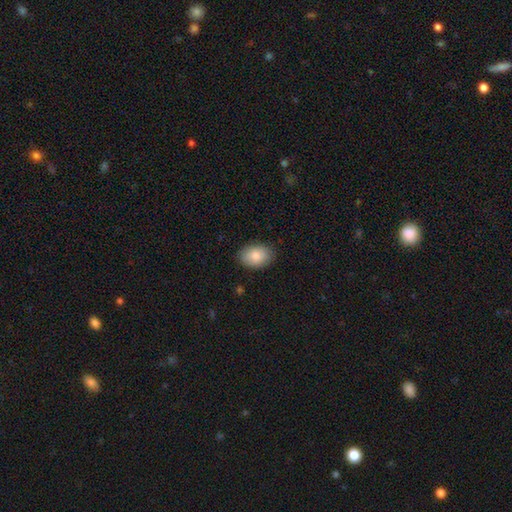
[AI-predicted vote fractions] smooth-or-featured: smooth: 86% | featured or disk: 7% | star or artifact: 7%
  how-rounded: in between: 83% | round: 16% | cigar-shaped: 1%
  merging: none: 86% | minor disturbance: 10% | major disturbance: 2% | merger: 1%